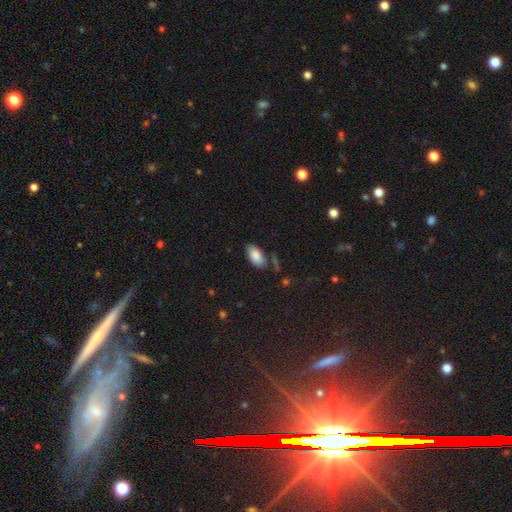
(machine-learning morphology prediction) Smooth or featured?
  - smooth: 84% *
  - featured or disk: 9%
  - star or artifact: 7%
How rounded?
  - in between: 94% *
  - cigar-shaped: 3%
  - round: 3%
Merging?
  - none: 75% *
  - minor disturbance: 16%
  - merger: 5%
  - major disturbance: 4%